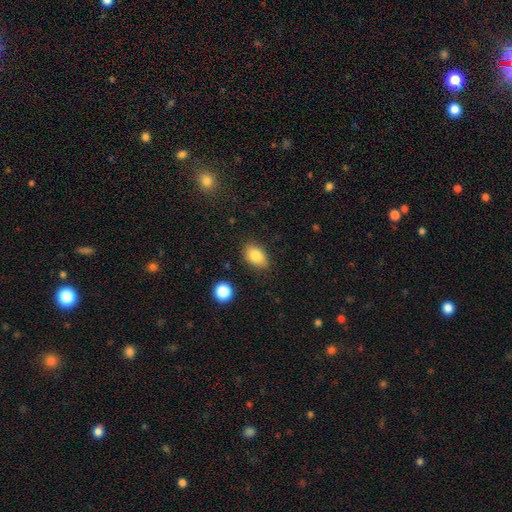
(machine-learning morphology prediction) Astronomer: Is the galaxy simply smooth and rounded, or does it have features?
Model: smooth — 83%.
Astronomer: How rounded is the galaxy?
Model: in between — 85%.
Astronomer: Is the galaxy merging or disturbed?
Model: none — 82%.